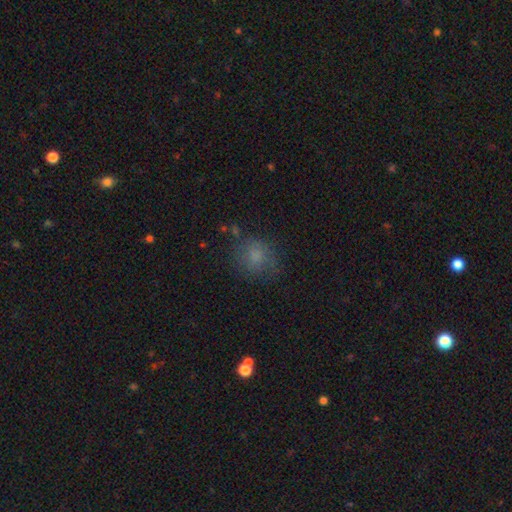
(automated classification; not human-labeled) Morphology: type=smooth (74%); roundness=round (78%); merging=none (71%).